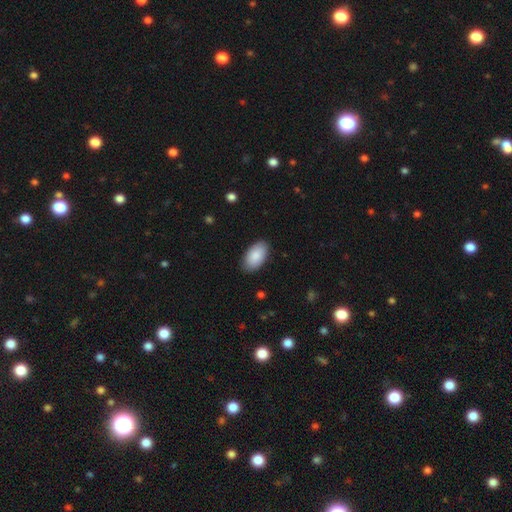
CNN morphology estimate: Smooth or featured? smooth (89%)
How rounded? in between (96%)
Merging? none (87%)